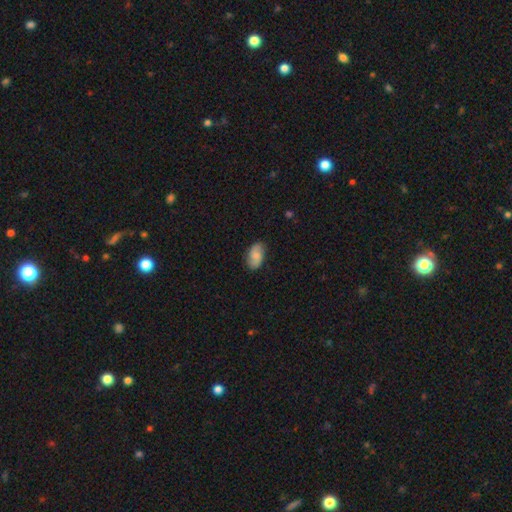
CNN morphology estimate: Q: Smooth or featured?
A: smooth (68%); runner-up: featured or disk (25%)
Q: How rounded?
A: in between (93%); runner-up: round (5%)
Q: Merging?
A: none (80%); runner-up: minor disturbance (15%)